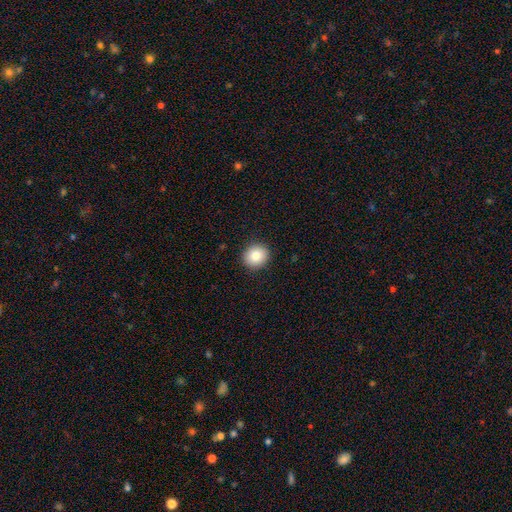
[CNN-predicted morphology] Overall: smooth (85%). How rounded: round (85%). Merging: none (91%).